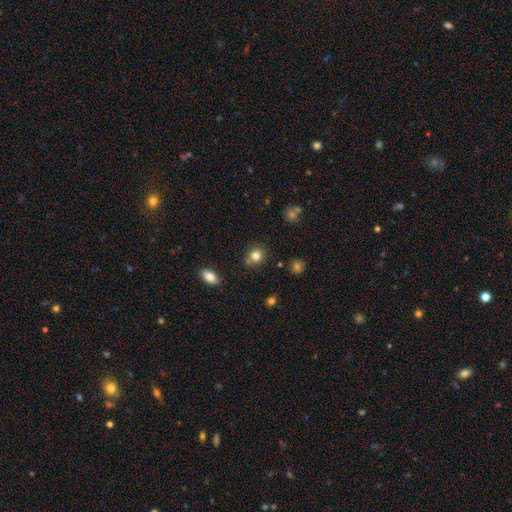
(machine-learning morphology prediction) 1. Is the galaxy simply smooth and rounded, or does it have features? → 80% smooth, 12% star or artifact, 8% featured or disk.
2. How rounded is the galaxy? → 76% round, 23% in between, 1% cigar-shaped.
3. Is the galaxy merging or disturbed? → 77% none, 14% minor disturbance, 5% merger, 3% major disturbance.